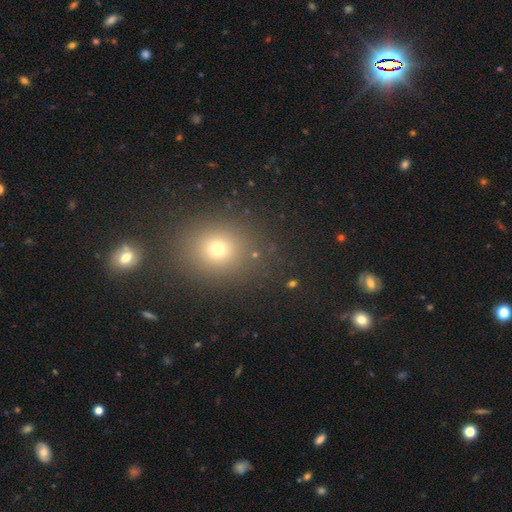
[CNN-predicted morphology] The model was most divided on "smooth or featured": smooth: 62%, star or artifact: 30%, featured or disk: 8%. More confident: merging — none (86%); how rounded — round (72%).